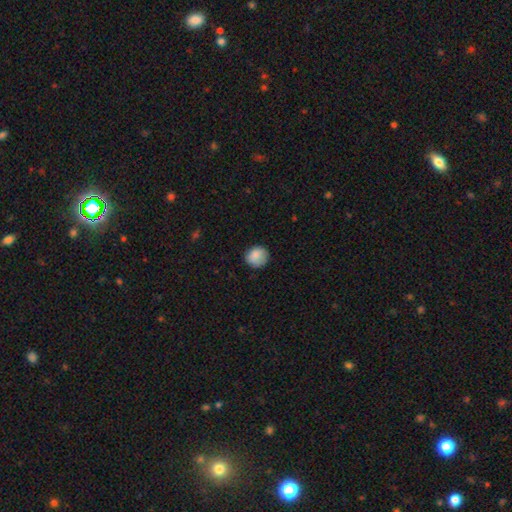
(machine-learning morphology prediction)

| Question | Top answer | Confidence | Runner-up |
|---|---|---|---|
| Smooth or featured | smooth | 85% | star or artifact (8%) |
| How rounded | round | 85% | in between (14%) |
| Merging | none | 81% | minor disturbance (15%) |